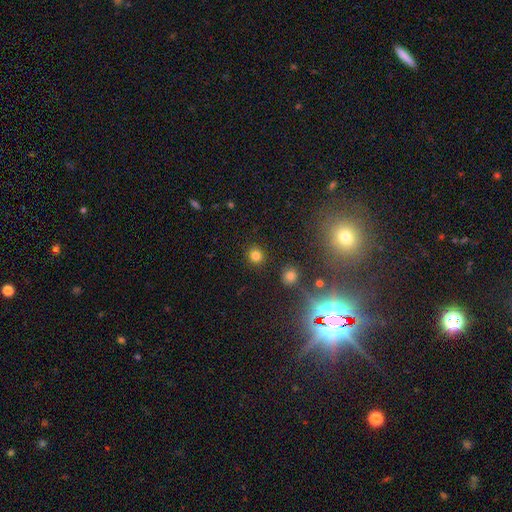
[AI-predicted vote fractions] The model was most divided on "smooth or featured": smooth: 79%, star or artifact: 16%, featured or disk: 6%. More confident: how rounded — round (91%); merging — none (89%).